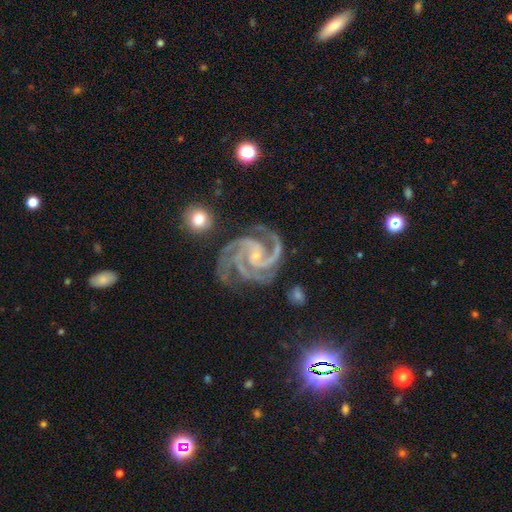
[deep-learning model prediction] The model was most divided on "spiral winding": tight: 56%, medium: 40%, loose: 4%. Remaining: spiral arms — yes (99%); edge-on disk — no (98%); smooth or featured — featured or disk (94%); bulge size — small (81%); merging — none (71%); bar — no (55%); spiral arm count — 3 (50%).